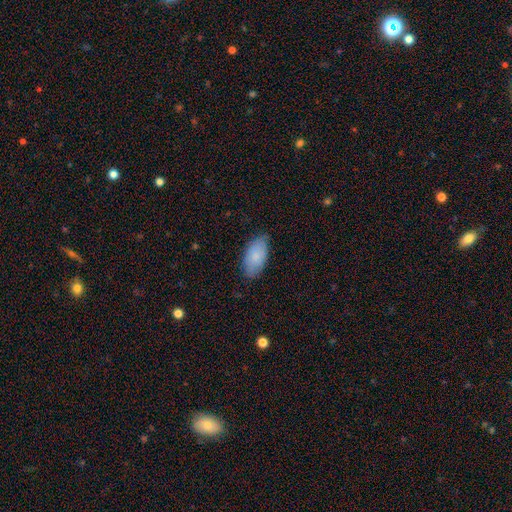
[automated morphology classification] smooth 82%, featured or disk 12%, star or artifact 6%. Down the decision tree: how rounded — in between (95%); merging — none (73%).